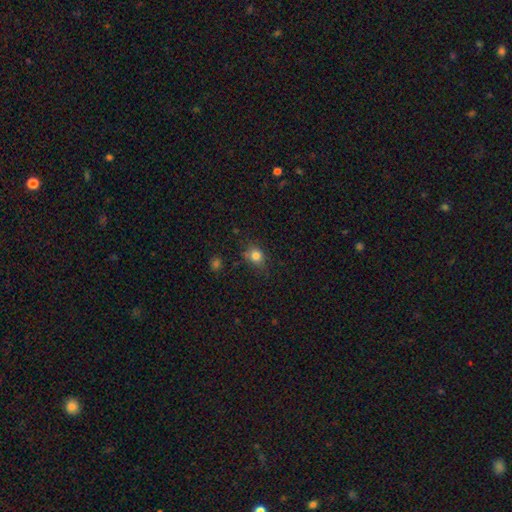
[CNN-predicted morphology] Smooth or featured: smooth — 80% (star or artifact — 12%)
How rounded: round — 64% (in between — 35%)
Merging: none — 73% (minor disturbance — 19%)